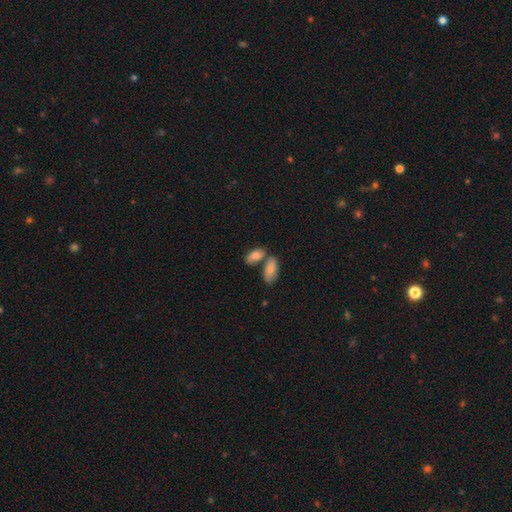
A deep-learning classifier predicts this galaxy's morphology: Smooth or featured?
  - smooth: 81% *
  - featured or disk: 12%
  - star or artifact: 7%
How rounded?
  - in between: 89% *
  - cigar-shaped: 7%
  - round: 4%
Merging?
  - none: 45% *
  - merger: 38%
  - minor disturbance: 12%
  - major disturbance: 4%